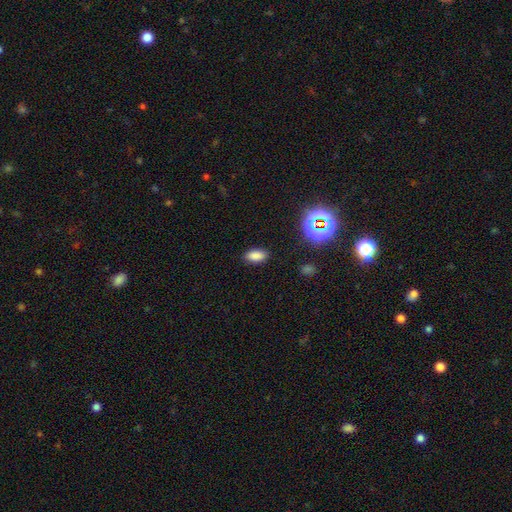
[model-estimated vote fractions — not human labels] smooth 82%, star or artifact 13%, featured or disk 5%. Down the decision tree: how rounded — in between (90%); merging — none (87%).